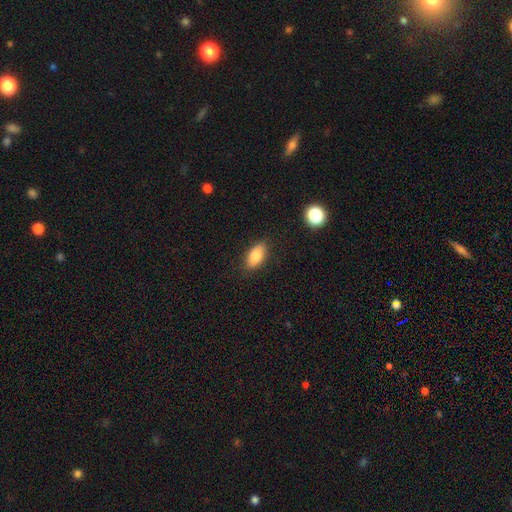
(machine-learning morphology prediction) A smooth galaxy with no disk features (81%) that is in between round and cigar-shaped (89%).

Vote fractions:
- Smooth or featured? smooth: 81% / featured or disk: 11% / star or artifact: 8%
- How rounded? in between: 89% / cigar-shaped: 7% / round: 4%
- Merging? none: 85% / minor disturbance: 11% / major disturbance: 2% / merger: 1%